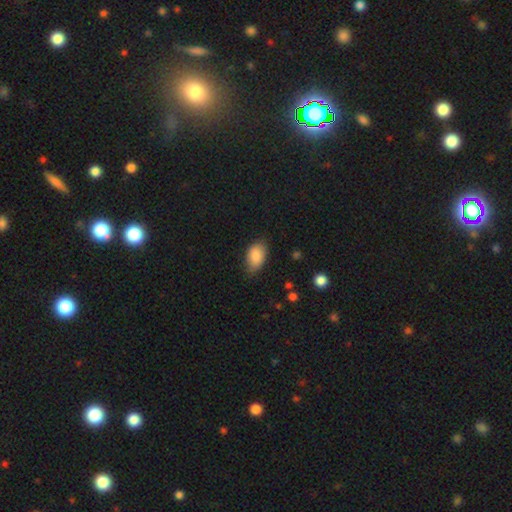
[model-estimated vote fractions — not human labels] The model was most divided on "merging": none: 70%, minor disturbance: 24%, major disturbance: 4%, merger: 1%. More confident: how rounded — in between (91%); smooth or featured — smooth (86%).